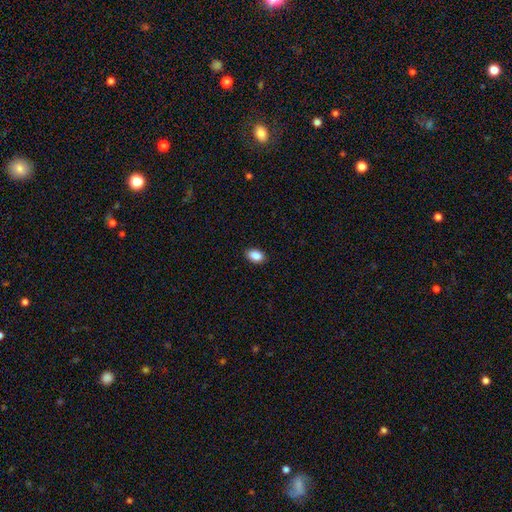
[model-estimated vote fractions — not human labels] A smooth galaxy with no disk features (89%) that is in between round and cigar-shaped (88%). Merging: none (89%).